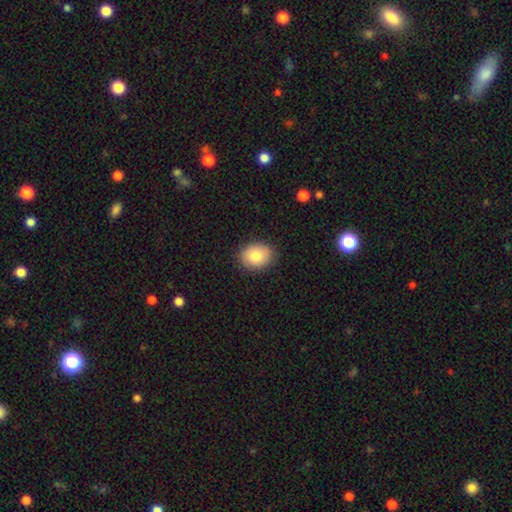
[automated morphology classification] A smooth galaxy with no disk features (82%) that is in between round and cigar-shaped (52%).

Vote fractions:
- Smooth or featured? smooth: 82% / featured or disk: 11% / star or artifact: 7%
- How rounded? in between: 52% / round: 48% / cigar-shaped: 1%
- Merging? none: 87% / minor disturbance: 10% / major disturbance: 2% / merger: 1%